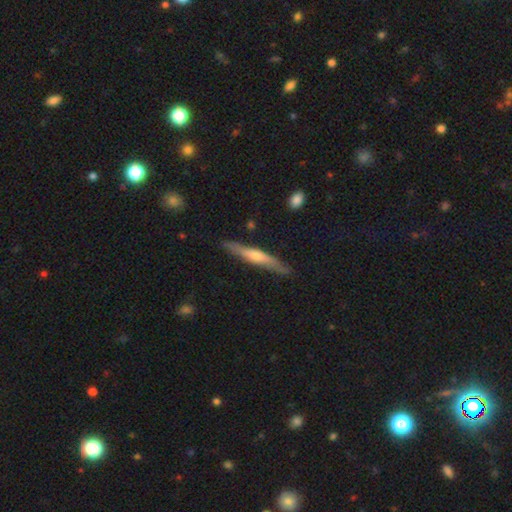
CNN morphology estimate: featured or disk 60%, smooth 34%, star or artifact 6%. Down the decision tree: edge-on disk — yes (94%); edge-on bulge — rounded (73%); merging — none (86%).